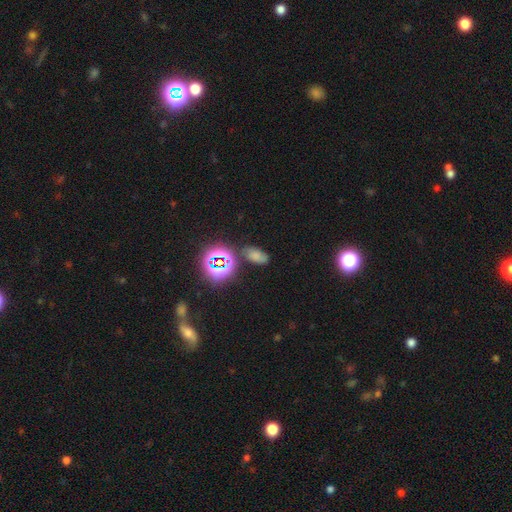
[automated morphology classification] This appears to be a smooth galaxy with no disk features (56%) that is in between round and cigar-shaped (87%). Merging: none (67%).